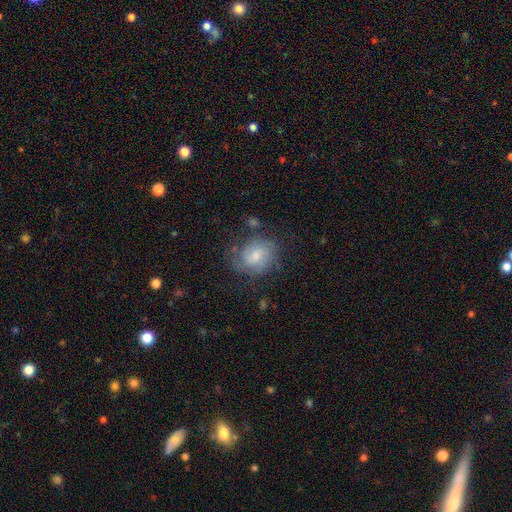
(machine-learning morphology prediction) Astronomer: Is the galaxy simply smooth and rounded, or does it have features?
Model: featured or disk — 51% (runner-up: smooth, 41%).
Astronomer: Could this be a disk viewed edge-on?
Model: no — 97%.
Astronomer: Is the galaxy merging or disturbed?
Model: none — 63%.